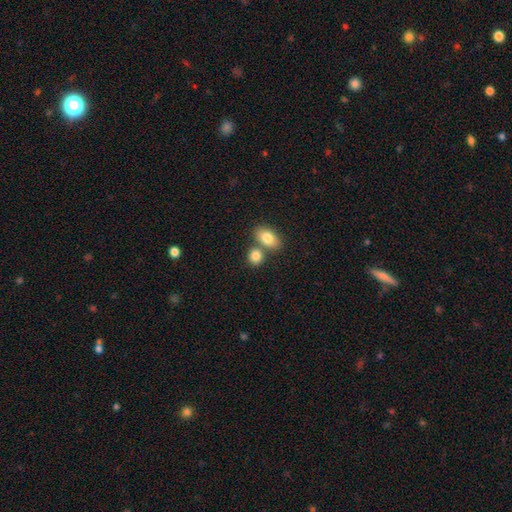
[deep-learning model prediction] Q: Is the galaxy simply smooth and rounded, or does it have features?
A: smooth — 83%.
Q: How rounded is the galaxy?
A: round — 51%.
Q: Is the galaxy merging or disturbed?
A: none — 51%.